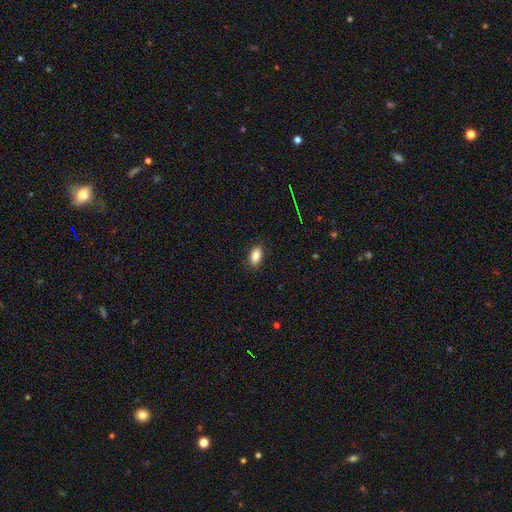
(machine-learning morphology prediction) Smooth or featured: smooth — 86% (star or artifact — 8%)
How rounded: in between — 90% (cigar-shaped — 5%)
Merging: none — 89% (minor disturbance — 9%)